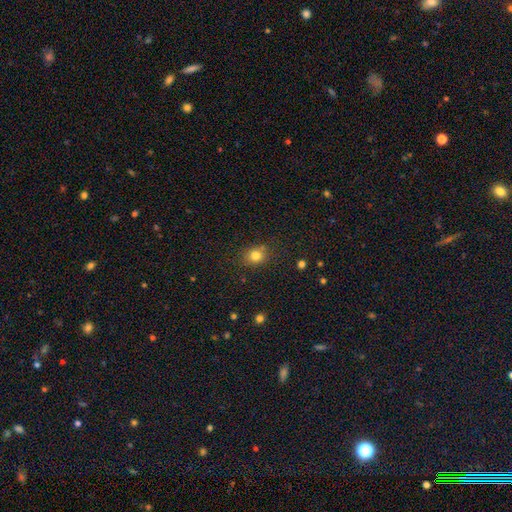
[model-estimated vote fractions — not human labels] Smooth or featured?
  - smooth: 81% *
  - star or artifact: 13%
  - featured or disk: 6%
How rounded?
  - round: 71% *
  - in between: 28%
  - cigar-shaped: 1%
Merging?
  - none: 77% *
  - minor disturbance: 13%
  - merger: 5%
  - major disturbance: 4%